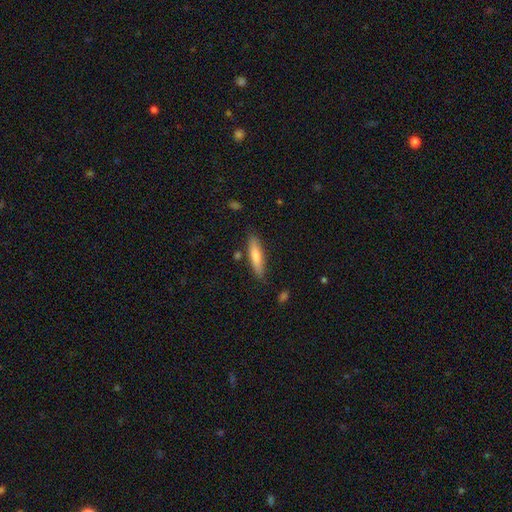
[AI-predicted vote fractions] Morphology: type=smooth (72%); roundness=cigar-shaped (82%); merging=none (84%).